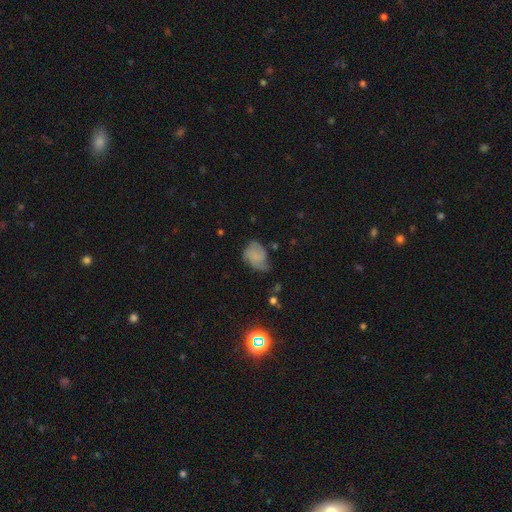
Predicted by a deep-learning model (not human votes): Smooth or featured? smooth (50%)
Merging? minor disturbance (37%)